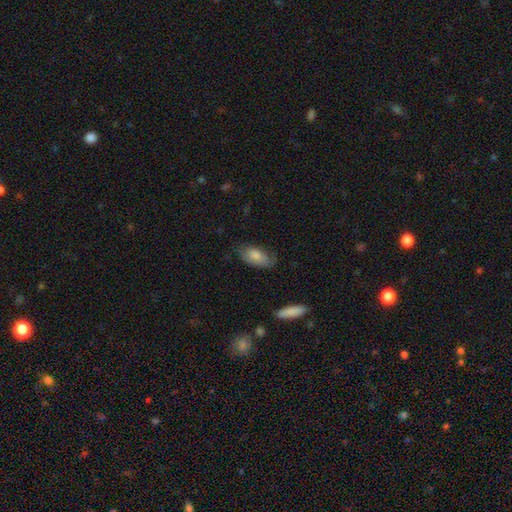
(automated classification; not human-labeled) Morphology: type=smooth (75%); roundness=in between (91%); merging=none (61%).